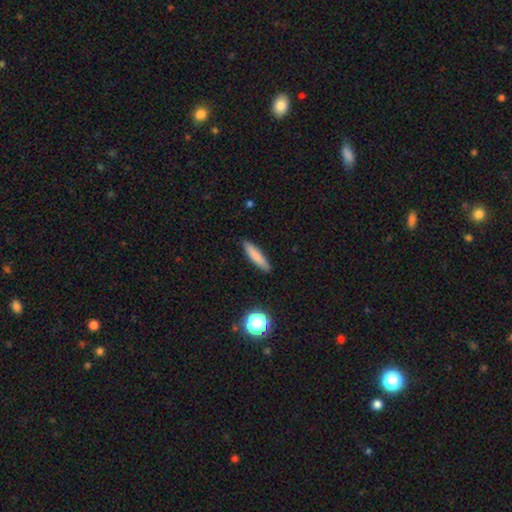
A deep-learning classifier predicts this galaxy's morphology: A smooth galaxy with no disk features (82%) that is cigar-shaped (84%).

Vote fractions:
- Smooth or featured? smooth: 82% / featured or disk: 11% / star or artifact: 7%
- How rounded? cigar-shaped: 84% / in between: 14% / round: 2%
- Merging? none: 89% / minor disturbance: 8% / major disturbance: 2% / merger: 1%